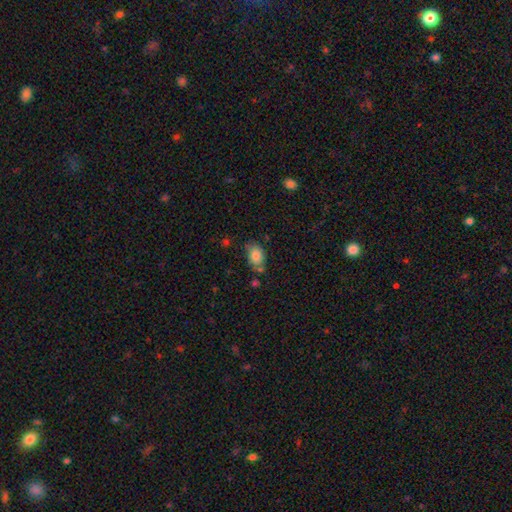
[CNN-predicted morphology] Smooth or featured? smooth (82%)
How rounded? in between (82%)
Merging? none (60%)